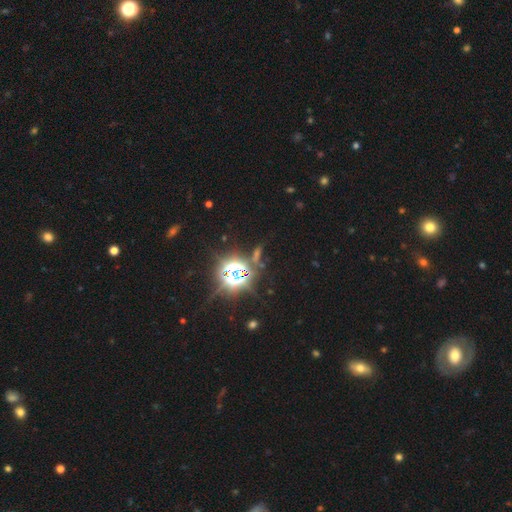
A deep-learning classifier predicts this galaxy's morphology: Overall: star or artifact (80%).